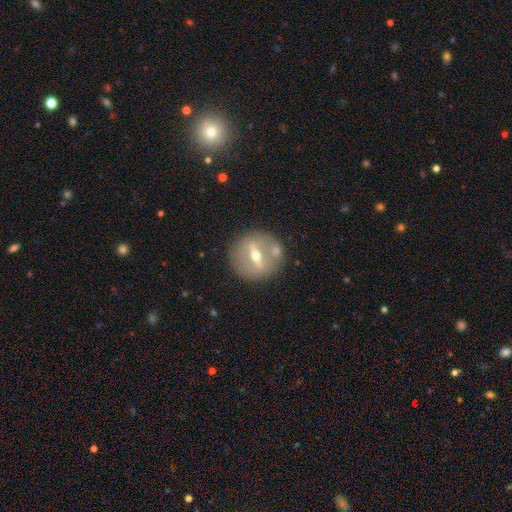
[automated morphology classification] Smooth or featured? Predicted: featured or disk (p=0.69). Edge-on disk? Predicted: no (p=0.65). Merging? Predicted: none (p=0.81).